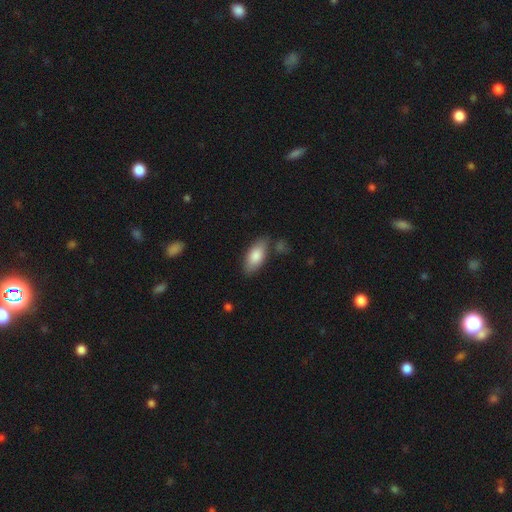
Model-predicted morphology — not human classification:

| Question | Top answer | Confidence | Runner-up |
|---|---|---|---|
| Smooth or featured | smooth | 83% | featured or disk (11%) |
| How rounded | in between | 86% | cigar-shaped (11%) |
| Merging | none | 75% | minor disturbance (15%) |